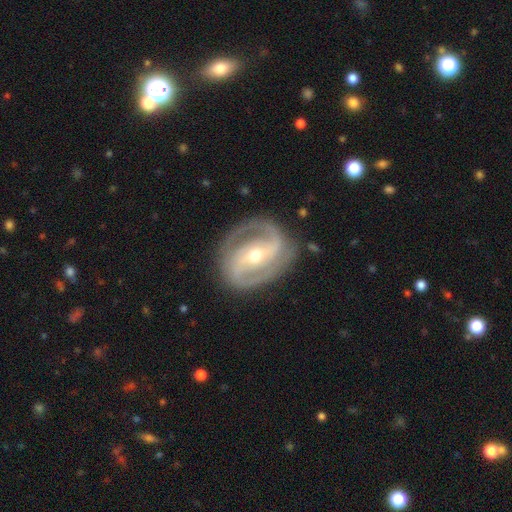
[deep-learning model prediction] Smooth or featured? featured or disk (90%)
Edge-on disk? no (97%)
Bar? strong (44%)
Spiral arms? yes (97%)
Spiral winding? medium (49%)
Spiral arm count? 2 (87%)
Bulge size? moderate (58%)
Merging? none (81%)